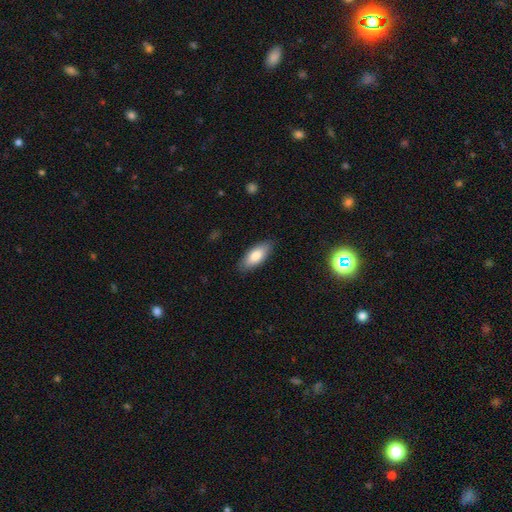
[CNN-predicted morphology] Smooth or featured? smooth (81%)
How rounded? in between (84%)
Merging? none (86%)